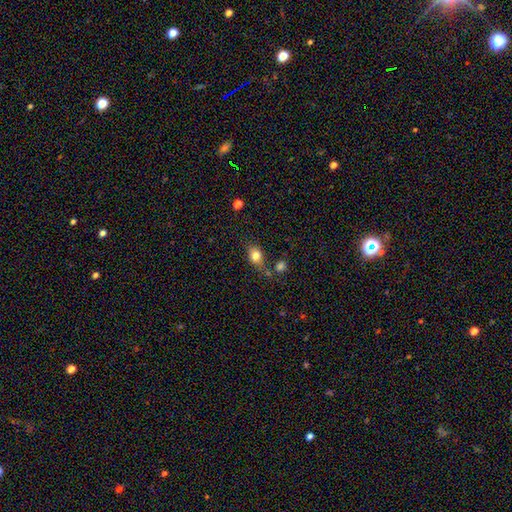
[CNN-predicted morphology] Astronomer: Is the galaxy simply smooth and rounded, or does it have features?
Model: smooth — 81%.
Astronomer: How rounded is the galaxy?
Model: in between — 63%.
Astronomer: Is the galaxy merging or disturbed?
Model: none — 58%.